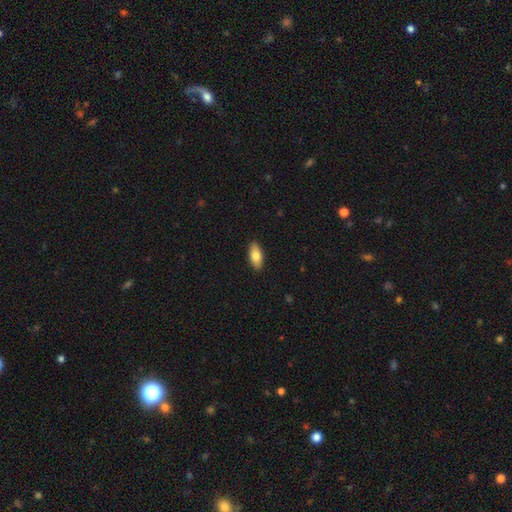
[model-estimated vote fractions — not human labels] A smooth galaxy with no disk features (78%) that is in between round and cigar-shaped (86%).

Vote fractions:
- Smooth or featured? smooth: 78% / featured or disk: 16% / star or artifact: 6%
- How rounded? in between: 86% / cigar-shaped: 11% / round: 3%
- Merging? none: 90% / minor disturbance: 7% / major disturbance: 2% / merger: 1%